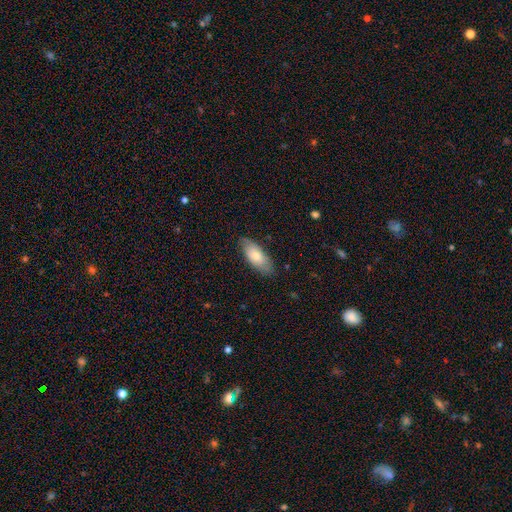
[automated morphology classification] The model was most divided on "smooth or featured": smooth: 71%, featured or disk: 23%, star or artifact: 6%. More confident: how rounded — in between (83%); merging — none (79%).